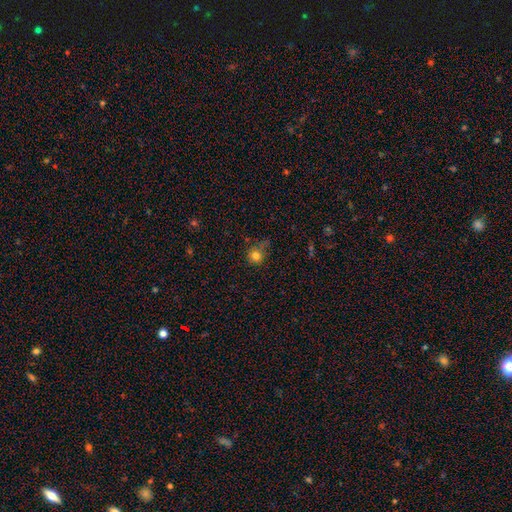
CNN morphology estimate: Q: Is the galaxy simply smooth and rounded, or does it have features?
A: smooth — 80%.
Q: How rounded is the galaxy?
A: round — 89%.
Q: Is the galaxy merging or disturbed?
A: none — 61%.